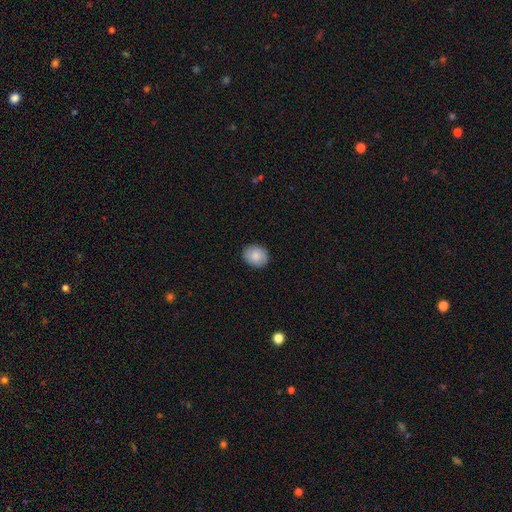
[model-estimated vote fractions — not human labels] This is clearly a smooth galaxy (85%). How rounded: possibly round (55%). Merging: clearly none (89%).